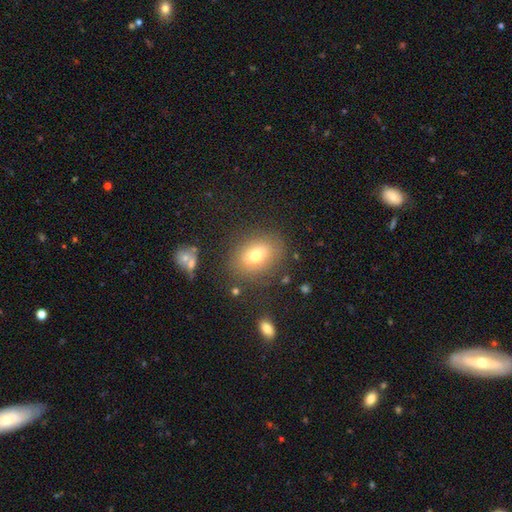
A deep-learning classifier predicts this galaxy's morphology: Smooth or featured?
  - smooth: 71% *
  - featured or disk: 16%
  - star or artifact: 13%
How rounded?
  - in between: 73% *
  - round: 25%
  - cigar-shaped: 2%
Merging?
  - none: 81% *
  - minor disturbance: 12%
  - major disturbance: 4%
  - merger: 3%